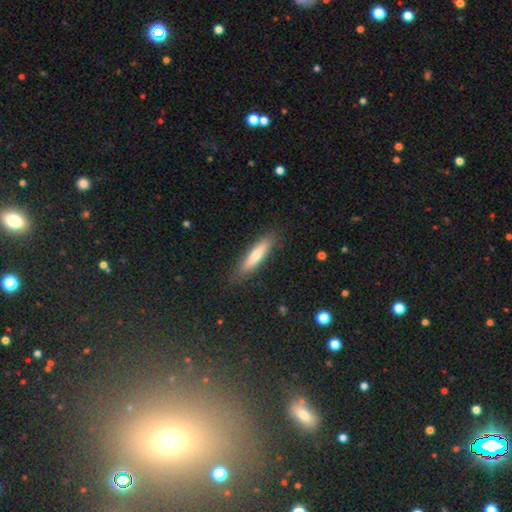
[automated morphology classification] A smooth galaxy with no disk features (65%) that is cigar-shaped (79%). Merging: none (87%).